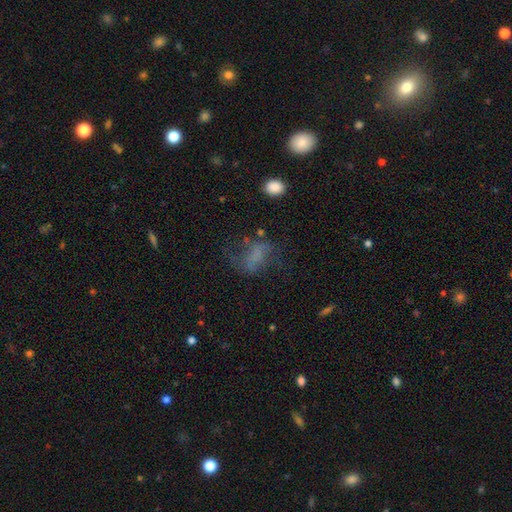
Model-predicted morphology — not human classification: This is possibly a smooth galaxy (45%). Merging: marginally none (42%).